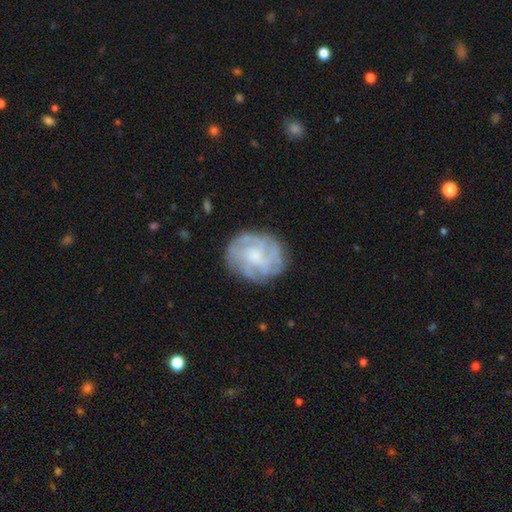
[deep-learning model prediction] Q: Smooth or featured?
A: featured or disk (70%); runner-up: smooth (23%)
Q: Edge-on disk?
A: no (98%); runner-up: yes (2%)
Q: Bar?
A: no (67%); runner-up: weak (29%)
Q: Spiral arms?
A: yes (87%); runner-up: no (13%)
Q: Spiral winding?
A: tight (55%); runner-up: medium (33%)
Q: Spiral arm count?
A: can't tell (41%); runner-up: 4 (20%)
Q: Bulge size?
A: moderate (37%); runner-up: small (34%)
Q: Merging?
A: none (76%); runner-up: minor disturbance (16%)